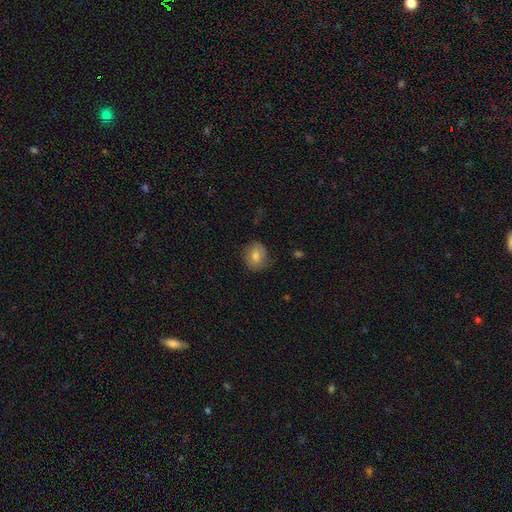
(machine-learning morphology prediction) Q: Smooth or featured?
A: smooth (73%); runner-up: featured or disk (17%)
Q: How rounded?
A: round (68%); runner-up: in between (31%)
Q: Merging?
A: none (76%); runner-up: minor disturbance (18%)